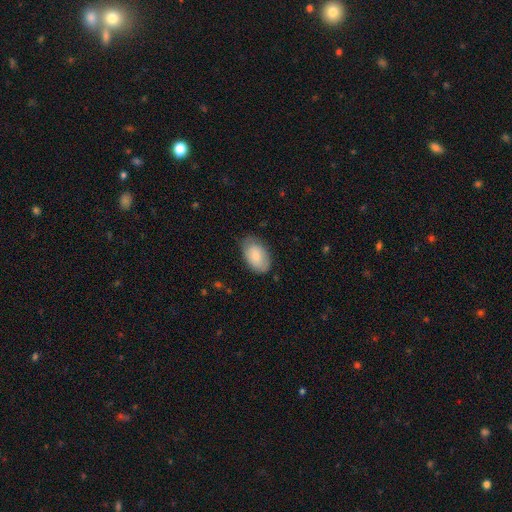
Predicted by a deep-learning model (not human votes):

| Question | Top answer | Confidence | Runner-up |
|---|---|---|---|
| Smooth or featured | smooth | 77% | featured or disk (17%) |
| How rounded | in between | 92% | round (6%) |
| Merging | none | 72% | minor disturbance (22%) |